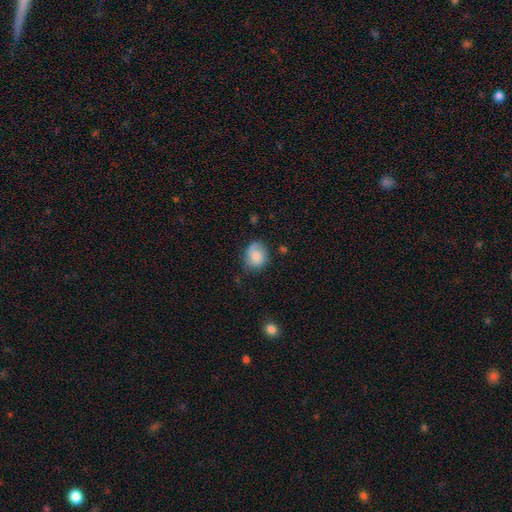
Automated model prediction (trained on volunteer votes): This appears to be a smooth galaxy with no disk features (77%) that is round (58%). Merging: none (62%).